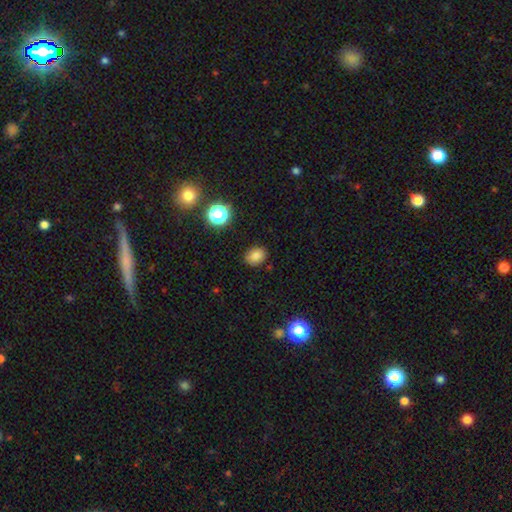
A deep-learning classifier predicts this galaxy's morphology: Q: Smooth or featured?
A: smooth (80%); runner-up: star or artifact (14%)
Q: How rounded?
A: in between (53%); runner-up: round (46%)
Q: Merging?
A: none (85%); runner-up: minor disturbance (11%)